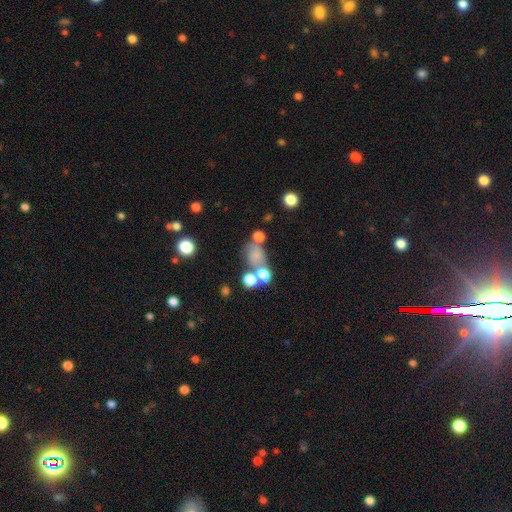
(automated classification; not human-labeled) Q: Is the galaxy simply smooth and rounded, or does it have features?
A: smooth — 64%.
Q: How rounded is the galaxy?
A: in between — 57%.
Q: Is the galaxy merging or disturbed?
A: none — 41%.